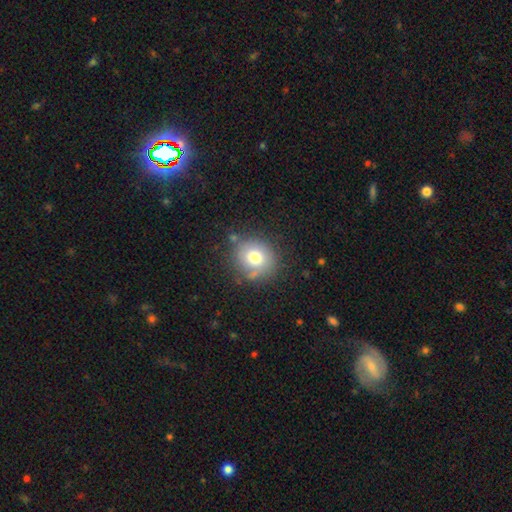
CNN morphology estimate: Q: Smooth or featured?
A: smooth (50%); runner-up: star or artifact (38%)
Q: Merging?
A: none (87%); runner-up: minor disturbance (8%)